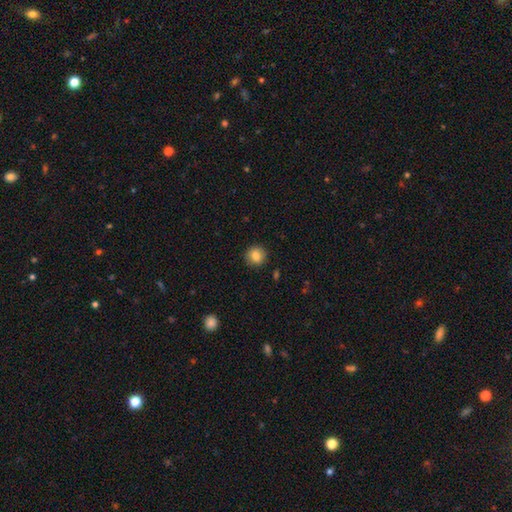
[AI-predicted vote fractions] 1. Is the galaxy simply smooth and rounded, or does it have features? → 84% smooth, 9% star or artifact, 7% featured or disk.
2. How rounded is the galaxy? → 91% round, 8% in between, 1% cigar-shaped.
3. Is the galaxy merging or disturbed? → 90% none, 7% minor disturbance, 2% major disturbance, 1% merger.